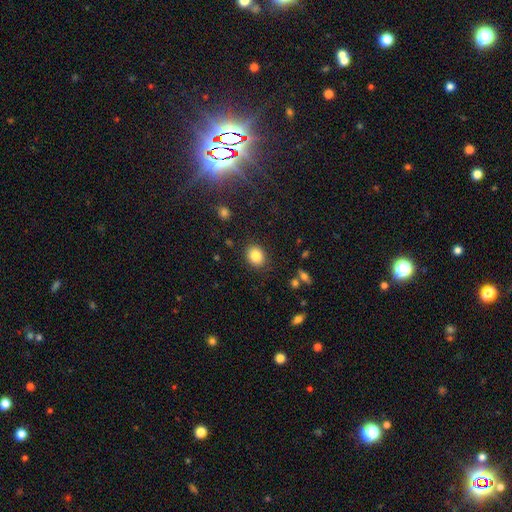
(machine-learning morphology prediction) A smooth galaxy with no disk features (84%) that is round (53%).

Vote fractions:
- Smooth or featured? smooth: 84% / star or artifact: 9% / featured or disk: 7%
- How rounded? round: 53% / in between: 46% / cigar-shaped: 1%
- Merging? none: 87% / minor disturbance: 9% / major disturbance: 3% / merger: 2%